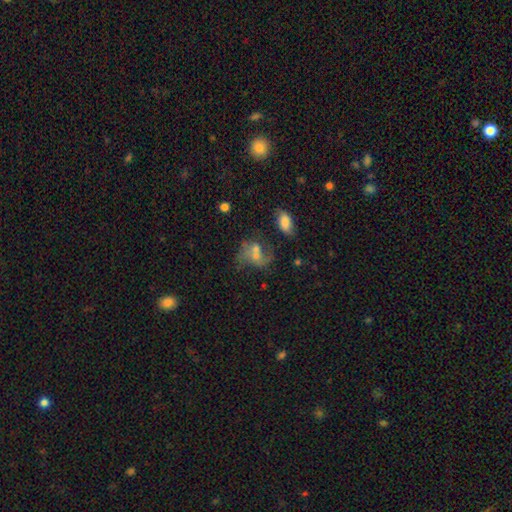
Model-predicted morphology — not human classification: This is possibly a featured or disk galaxy (47%). Merging: marginally none (35%).